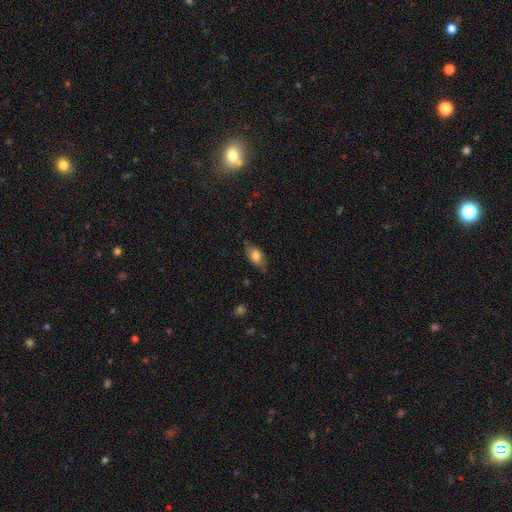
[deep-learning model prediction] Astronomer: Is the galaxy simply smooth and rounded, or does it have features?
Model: smooth — 71%.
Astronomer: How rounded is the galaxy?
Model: in between — 87%.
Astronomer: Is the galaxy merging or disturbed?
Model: none — 71%.